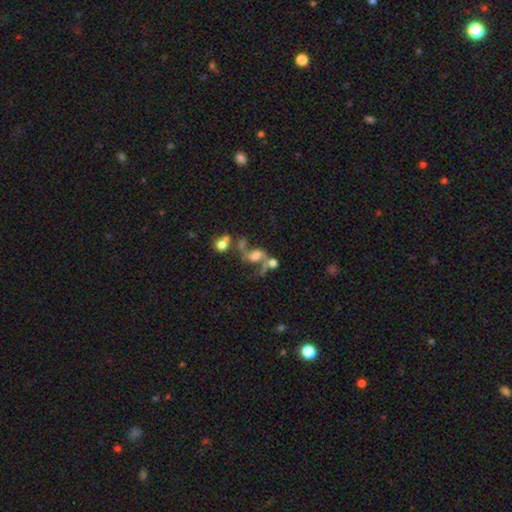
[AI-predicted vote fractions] Smooth or featured: featured or disk — 70% (smooth — 19%)
Edge-on disk: no — 96% (yes — 4%)
Bar: no — 53% (weak — 35%)
Spiral arms: yes — 87% (no — 13%)
Spiral winding: loose — 79% (medium — 18%)
Spiral arm count: 2 — 87% (1 — 7%)
Bulge size: moderate — 43% (large — 21%)
Merging: none — 34% (tied with merger — 34%)